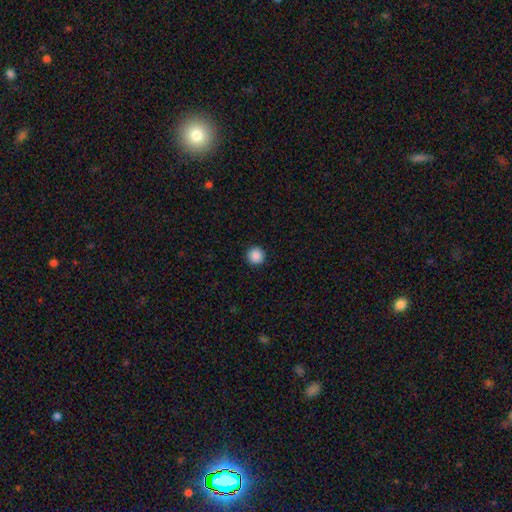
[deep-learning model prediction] smooth-or-featured: smooth: 89% | star or artifact: 9% | featured or disk: 2%
  how-rounded: round: 96% | in between: 3% | cigar-shaped: 1%
  merging: none: 93% | minor disturbance: 4% | major disturbance: 1% | merger: 1%